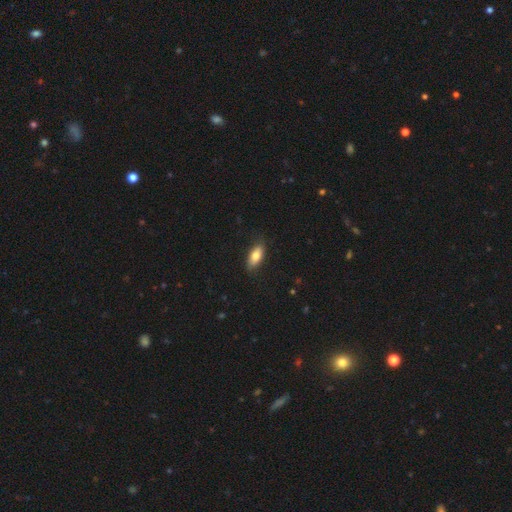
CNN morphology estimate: Q: Smooth or featured?
A: smooth (78%); runner-up: featured or disk (16%)
Q: How rounded?
A: in between (82%); runner-up: cigar-shaped (15%)
Q: Merging?
A: none (84%); runner-up: minor disturbance (13%)